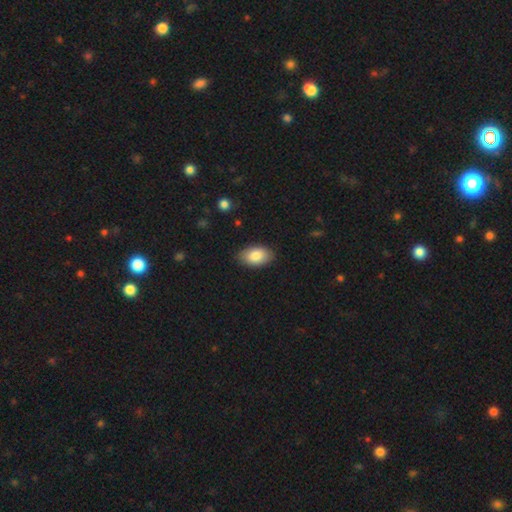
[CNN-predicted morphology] A smooth galaxy with no disk features (85%) that is in between round and cigar-shaped (93%). Merging: none (86%).